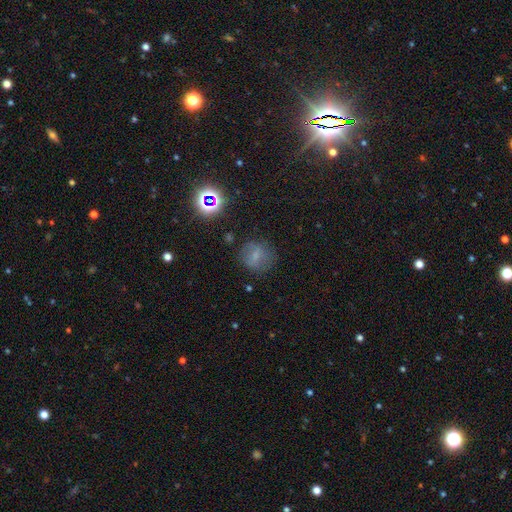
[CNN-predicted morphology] A smooth galaxy with no disk features (59%) that is round (74%). Merging: none (72%).